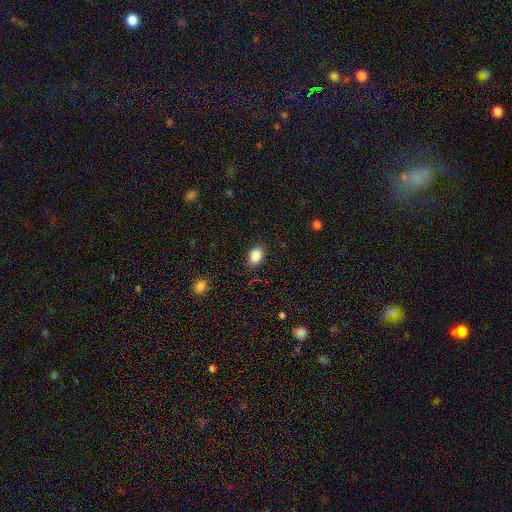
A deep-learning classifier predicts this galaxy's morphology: A smooth galaxy with no disk features (86%) that is in between round and cigar-shaped (77%).

Vote fractions:
- Smooth or featured? smooth: 86% / star or artifact: 9% / featured or disk: 5%
- How rounded? in between: 77% / round: 21% / cigar-shaped: 1%
- Merging? none: 86% / minor disturbance: 11% / major disturbance: 3% / merger: 1%